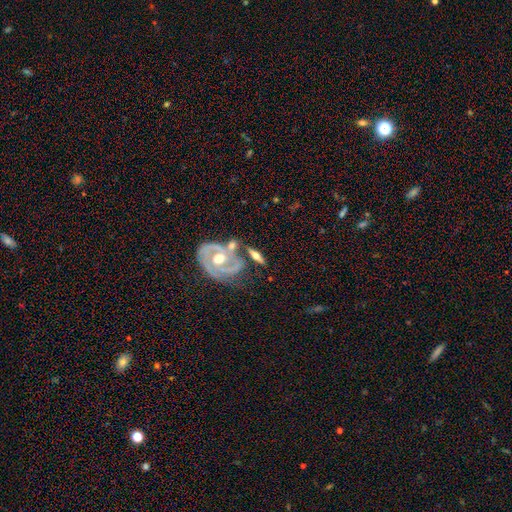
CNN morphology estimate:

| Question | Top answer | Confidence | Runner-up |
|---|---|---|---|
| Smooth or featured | featured or disk | 63% | smooth (30%) |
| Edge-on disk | no | 55% | yes (45%) |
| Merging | none | 53% | merger (22%) |